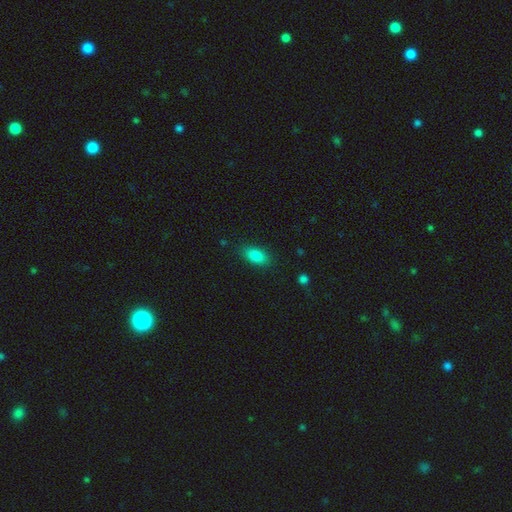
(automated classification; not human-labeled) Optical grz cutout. It shows a smooth galaxy with no disk features (85%) that is in between round and cigar-shaped (88%). Merging: none (85%).